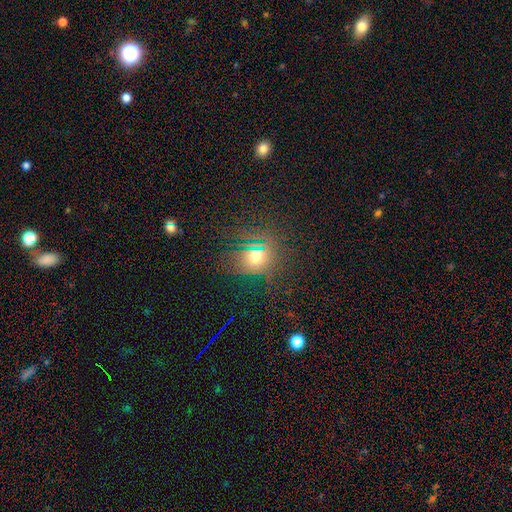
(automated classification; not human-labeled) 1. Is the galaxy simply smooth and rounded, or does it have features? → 59% smooth, 32% star or artifact, 8% featured or disk.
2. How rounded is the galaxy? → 86% round, 13% in between, 1% cigar-shaped.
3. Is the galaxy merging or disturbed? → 87% none, 8% minor disturbance, 3% major disturbance, 2% merger.